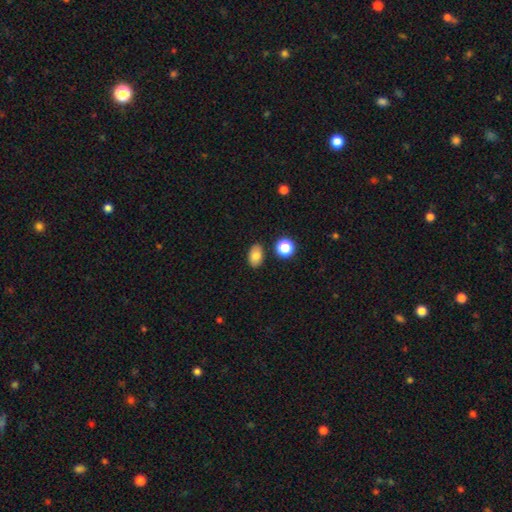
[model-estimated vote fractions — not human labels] Smooth or featured? smooth (81%)
How rounded? in between (86%)
Merging? none (85%)